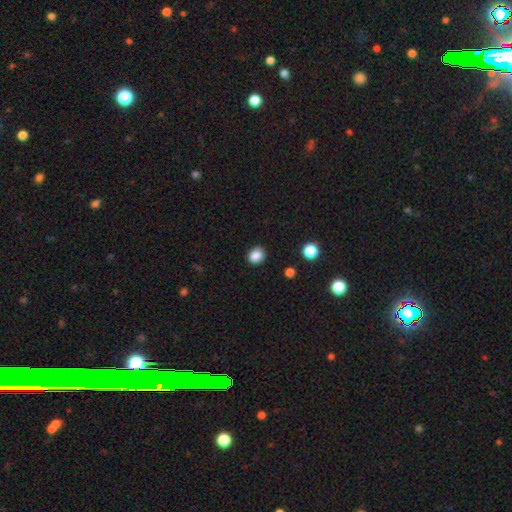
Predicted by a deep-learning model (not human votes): Smooth or featured? Predicted: smooth (p=0.86). How rounded? Predicted: round (p=0.65). Merging? Predicted: none (p=0.87).